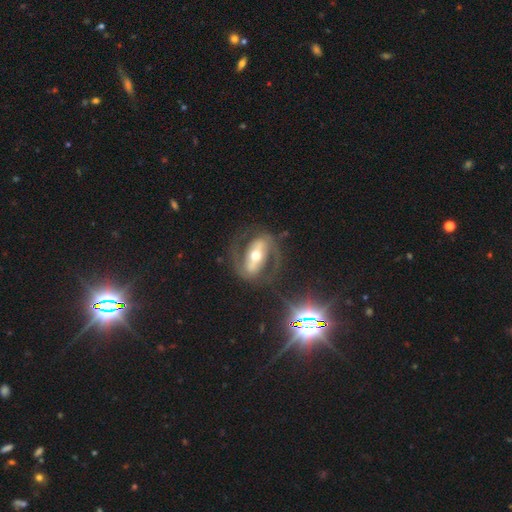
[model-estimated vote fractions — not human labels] Overall: featured or disk (82%). Edge-on disk: no (93%). Bar: strong (67%). Spiral arms: yes (84%). Spiral arm count: 2 (88%). Spiral winding: medium (50%; tight 28%). Bulge size: moderate (69%). Merging: none (72%).